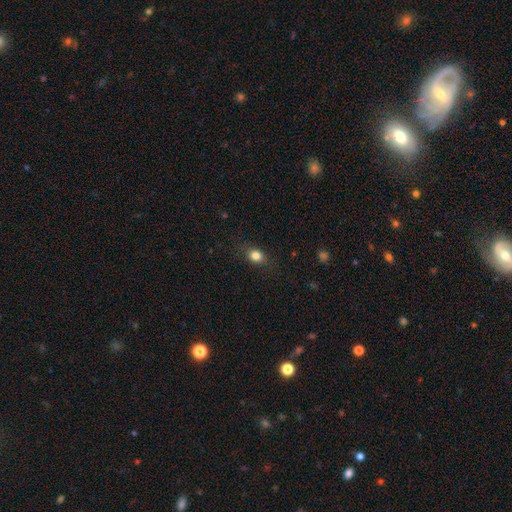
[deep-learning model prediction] Smooth or featured? smooth (83%)
How rounded? in between (56%)
Merging? none (83%)